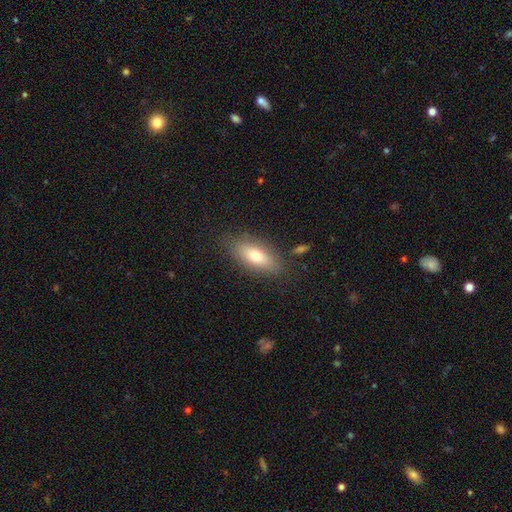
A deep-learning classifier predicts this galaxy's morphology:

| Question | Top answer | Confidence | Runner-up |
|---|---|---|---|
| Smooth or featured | smooth | 69% | featured or disk (22%) |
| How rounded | in between | 80% | cigar-shaped (15%) |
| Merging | none | 81% | minor disturbance (12%) |